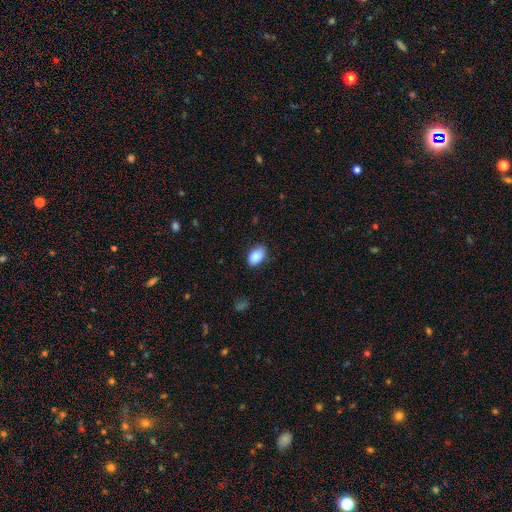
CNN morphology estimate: Smooth or featured? Predicted: smooth (p=0.87). How rounded? Predicted: in between (p=0.90). Merging? Predicted: none (p=0.83).